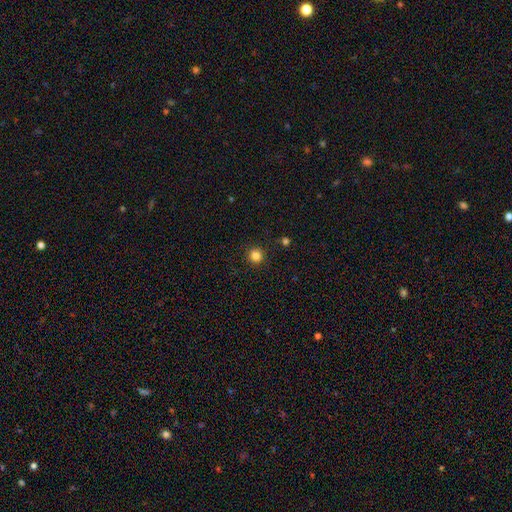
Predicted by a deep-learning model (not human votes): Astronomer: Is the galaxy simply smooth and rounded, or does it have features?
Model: smooth — 83%.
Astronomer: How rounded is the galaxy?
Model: round — 95%.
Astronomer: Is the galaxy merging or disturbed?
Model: none — 92%.